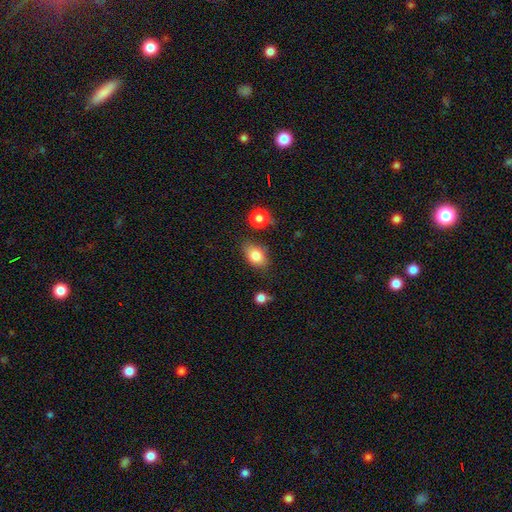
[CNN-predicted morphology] smooth-or-featured: smooth: 81% | featured or disk: 10% | star or artifact: 9%
  how-rounded: in between: 80% | round: 18% | cigar-shaped: 2%
  merging: none: 72% | minor disturbance: 18% | merger: 5% | major disturbance: 5%